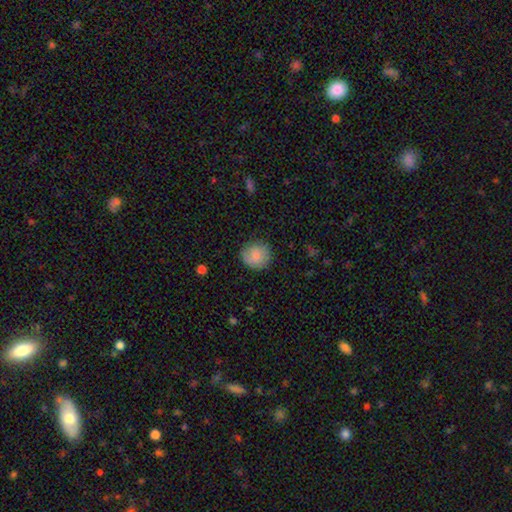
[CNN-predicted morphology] Overall: smooth (82%). How rounded: round (90%). Merging: none (82%).